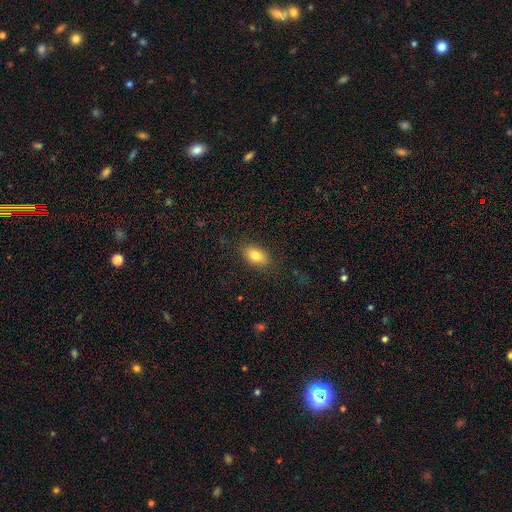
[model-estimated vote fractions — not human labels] Smooth or featured: smooth — 81% (featured or disk — 11%)
How rounded: in between — 89% (round — 9%)
Merging: none — 85% (minor disturbance — 11%)